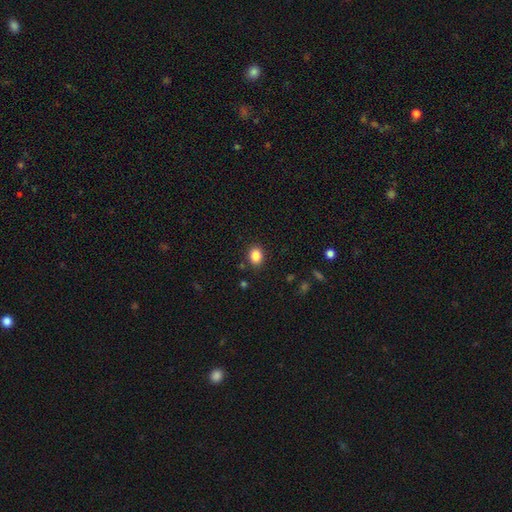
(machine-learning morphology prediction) Smooth or featured? Predicted: smooth (p=0.86). How rounded? Predicted: in between (p=0.57). Merging? Predicted: none (p=0.87).